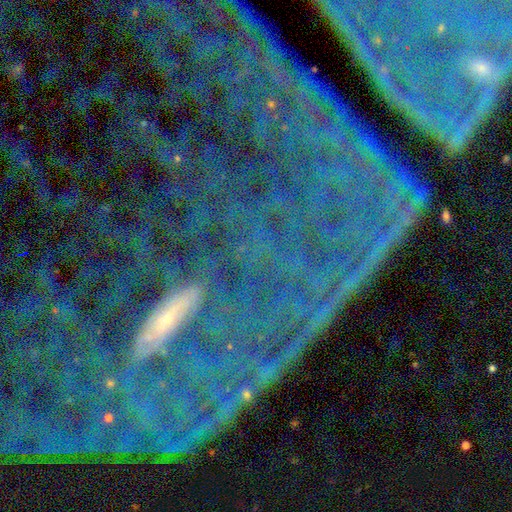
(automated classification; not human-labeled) Smooth or featured? star or artifact (66%)